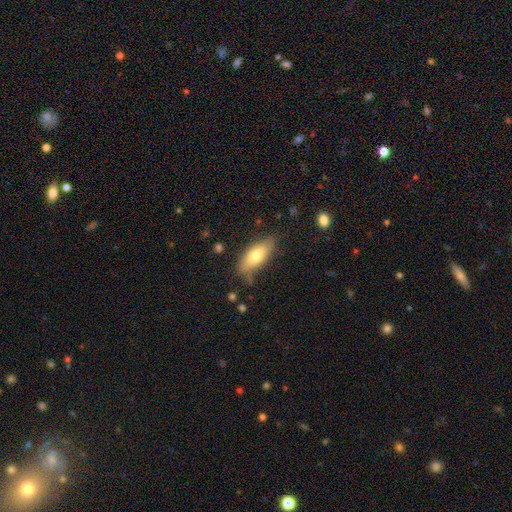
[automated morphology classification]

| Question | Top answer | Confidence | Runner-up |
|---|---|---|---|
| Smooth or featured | smooth | 73% | featured or disk (21%) |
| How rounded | in between | 79% | cigar-shaped (19%) |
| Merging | none | 74% | minor disturbance (19%) |